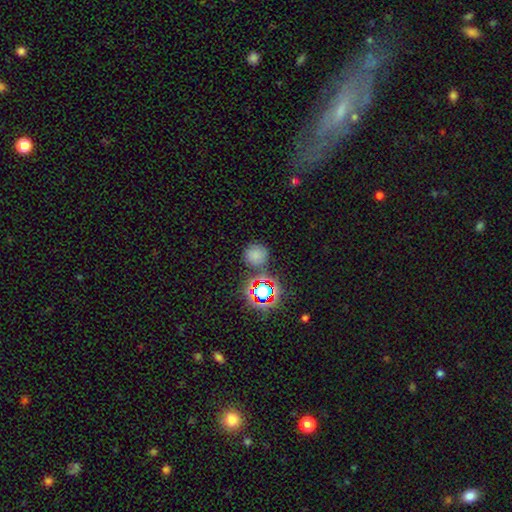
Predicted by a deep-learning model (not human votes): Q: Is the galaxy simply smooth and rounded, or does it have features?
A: smooth — 68%.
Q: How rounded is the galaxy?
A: round — 90%.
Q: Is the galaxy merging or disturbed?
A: none — 74%.